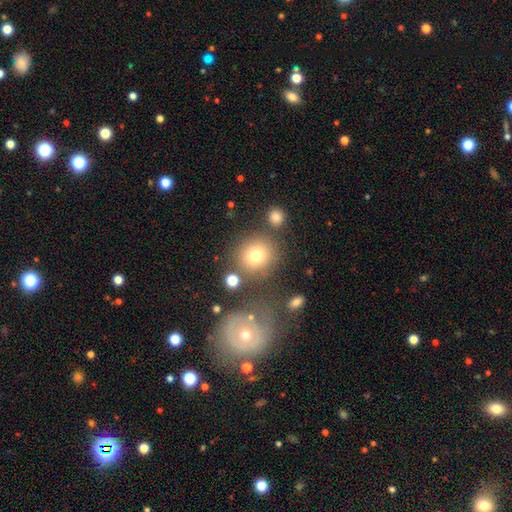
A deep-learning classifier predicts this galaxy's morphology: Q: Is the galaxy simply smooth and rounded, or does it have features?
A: smooth — 74%.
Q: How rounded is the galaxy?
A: round — 85%.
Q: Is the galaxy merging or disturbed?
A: none — 73%.